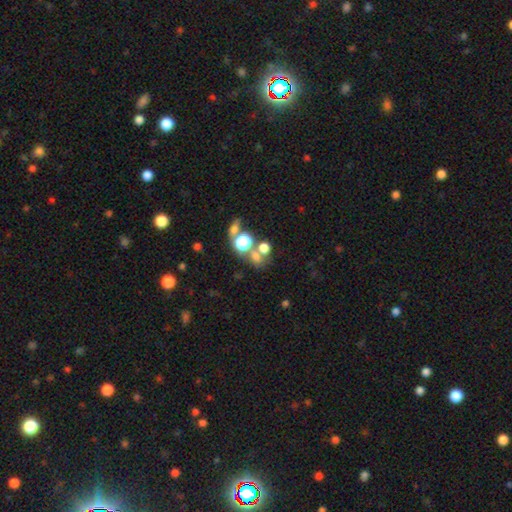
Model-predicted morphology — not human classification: Smooth or featured? Predicted: smooth (p=0.58). How rounded? Predicted: round (p=0.69). Merging? Predicted: none (p=0.45).